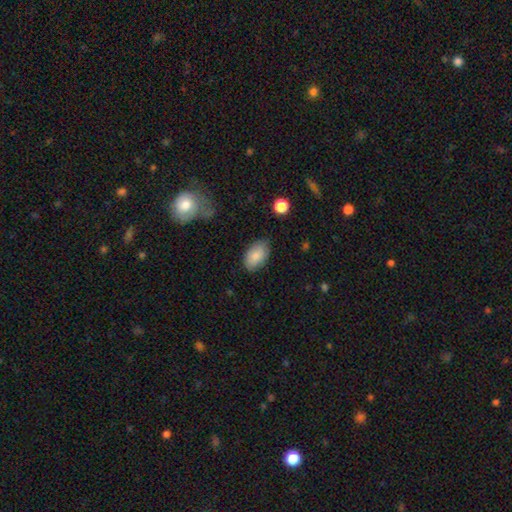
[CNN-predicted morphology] Smooth or featured: smooth — 85% (featured or disk — 8%)
How rounded: in between — 93% (round — 5%)
Merging: none — 80% (minor disturbance — 16%)